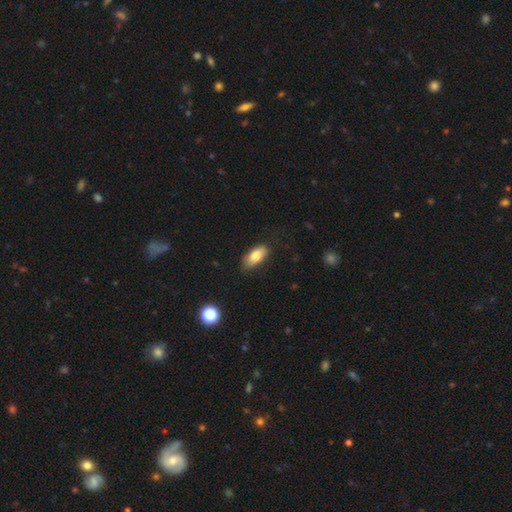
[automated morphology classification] Overall: smooth (79%). How rounded: in between (90%). Merging: none (77%).